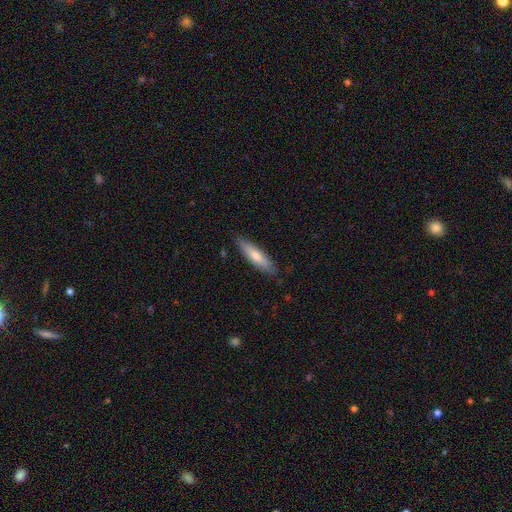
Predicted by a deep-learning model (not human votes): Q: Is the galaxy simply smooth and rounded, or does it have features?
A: smooth — 70%.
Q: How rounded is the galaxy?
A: cigar-shaped — 71%.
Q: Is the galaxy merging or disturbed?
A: none — 84%.